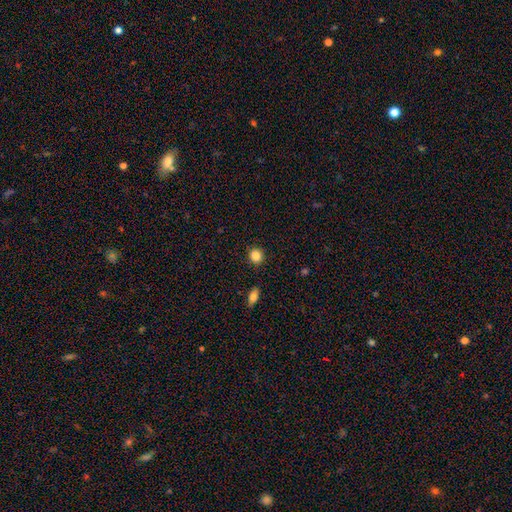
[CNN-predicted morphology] The model was most divided on "how rounded": round: 86%, in between: 13%, cigar-shaped: 1%. More confident: merging — none (90%); smooth or featured — smooth (87%).